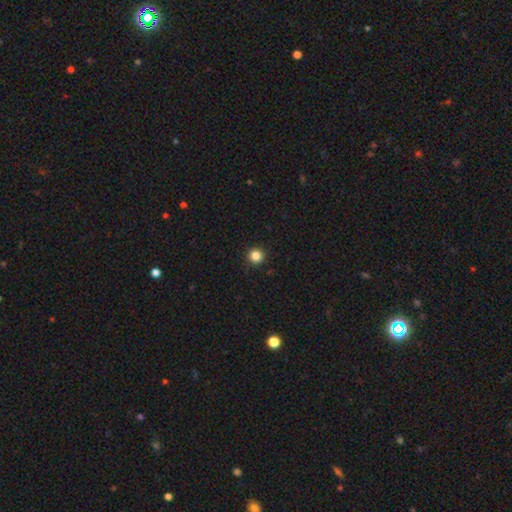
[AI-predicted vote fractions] smooth 84%, star or artifact 12%, featured or disk 4%. Down the decision tree: how rounded — round (95%); merging — none (93%).